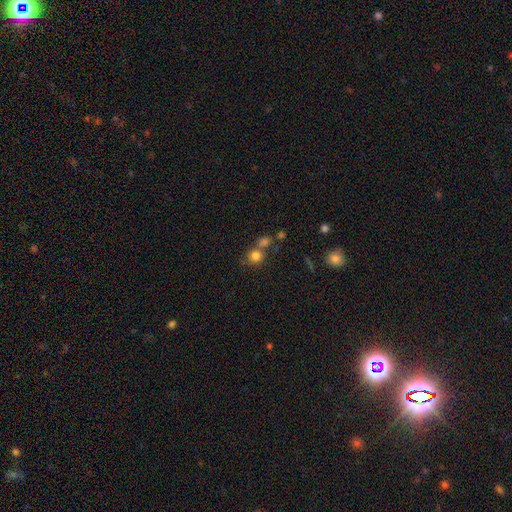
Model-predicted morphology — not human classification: A smooth galaxy with no disk features (78%) that is round (86%). Merging: none (55%).